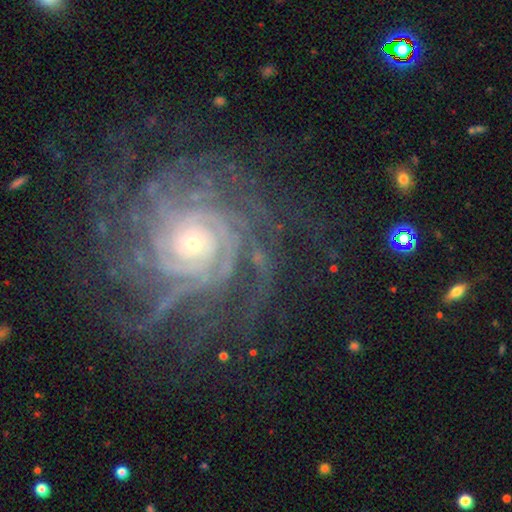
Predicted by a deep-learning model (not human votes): Smooth or featured?
  - featured or disk: 88% *
  - star or artifact: 8%
  - smooth: 5%
Edge-on disk?
  - no: 97% *
  - yes: 3%
Bar?
  - no: 75% *
  - weak: 18%
  - strong: 7%
Spiral arms?
  - yes: 97% *
  - no: 3%
Spiral winding?
  - tight: 77% *
  - medium: 19%
  - loose: 4%
Spiral arm count?
  - more than 4: 30% *
  - can't tell: 25%
  - 4: 17%
  - 3: 11%
  - 2: 10%
  - 1: 8%
Bulge size?
  - small: 66% *
  - moderate: 28%
  - large: 4%
  - none: 1%
  - dominant: 1%
Merging?
  - none: 76% *
  - minor disturbance: 13%
  - major disturbance: 9%
  - merger: 1%